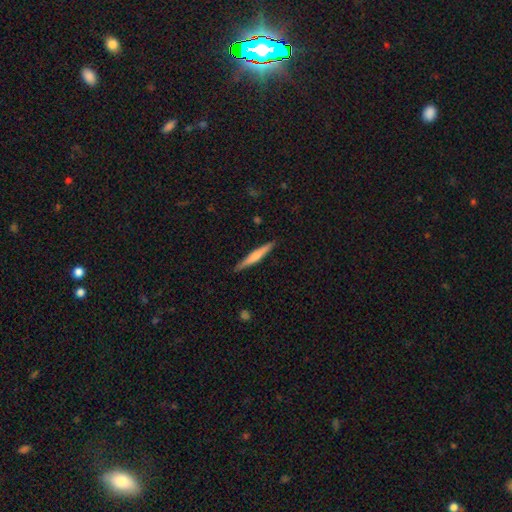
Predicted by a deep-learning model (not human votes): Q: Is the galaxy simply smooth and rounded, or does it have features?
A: smooth — 54%.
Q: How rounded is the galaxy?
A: cigar-shaped — 95%.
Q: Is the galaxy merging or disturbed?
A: none — 89%.